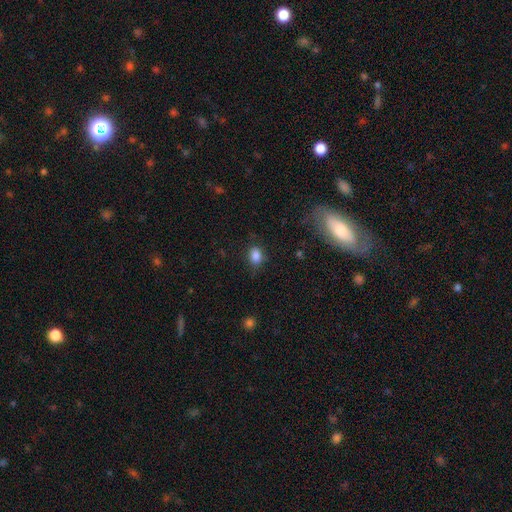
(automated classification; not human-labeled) A smooth galaxy with no disk features (85%) that is in between round and cigar-shaped (68%).

Vote fractions:
- Smooth or featured? smooth: 85% / star or artifact: 11% / featured or disk: 5%
- How rounded? in between: 68% / round: 31% / cigar-shaped: 1%
- Merging? none: 75% / minor disturbance: 19% / major disturbance: 5% / merger: 2%